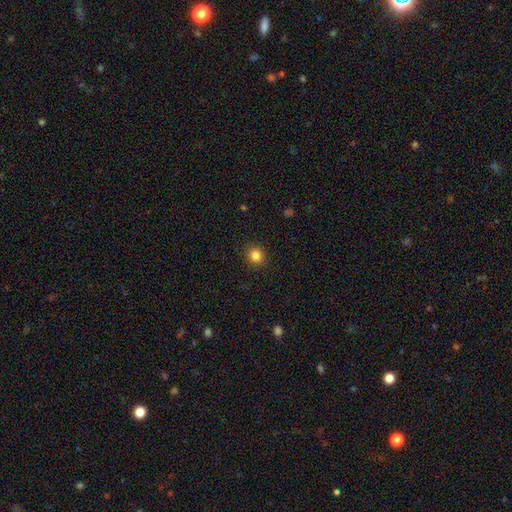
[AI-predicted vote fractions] smooth-or-featured: smooth: 84% | star or artifact: 12% | featured or disk: 4%
  how-rounded: round: 87% | in between: 12% | cigar-shaped: 1%
  merging: none: 91% | minor disturbance: 6% | major disturbance: 2% | merger: 1%